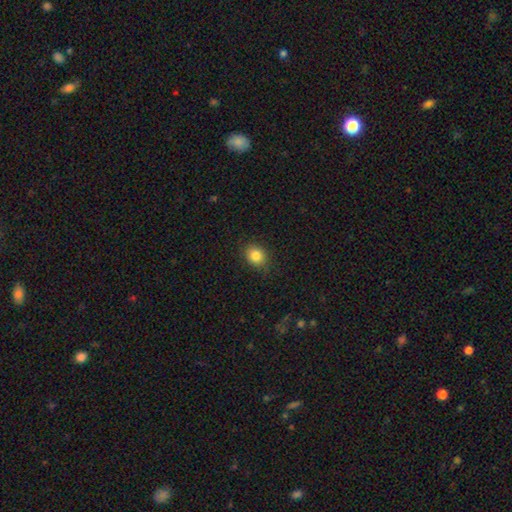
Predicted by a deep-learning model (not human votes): smooth_or_featured: smooth (p=0.84) [alt: star or artifact p=0.10]
how_rounded: round (p=0.64) [alt: in between p=0.35]
merging: none (p=0.85) [alt: minor disturbance p=0.11]